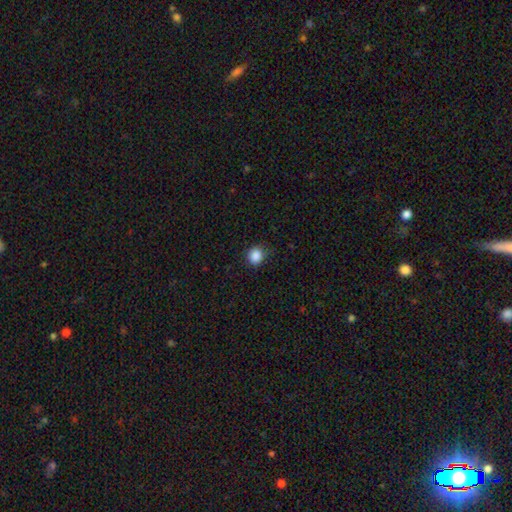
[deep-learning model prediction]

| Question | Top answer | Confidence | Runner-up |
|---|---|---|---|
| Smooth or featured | smooth | 87% | star or artifact (10%) |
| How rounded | round | 83% | in between (16%) |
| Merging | none | 82% | minor disturbance (14%) |